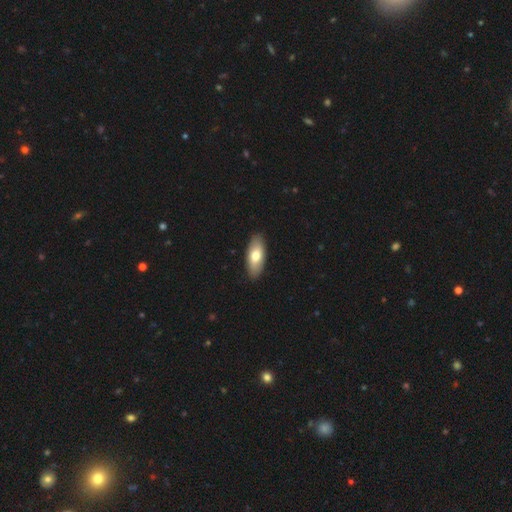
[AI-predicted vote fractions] Smooth or featured: smooth — 73% (featured or disk — 22%)
How rounded: in between — 83% (cigar-shaped — 14%)
Merging: none — 90% (minor disturbance — 7%)